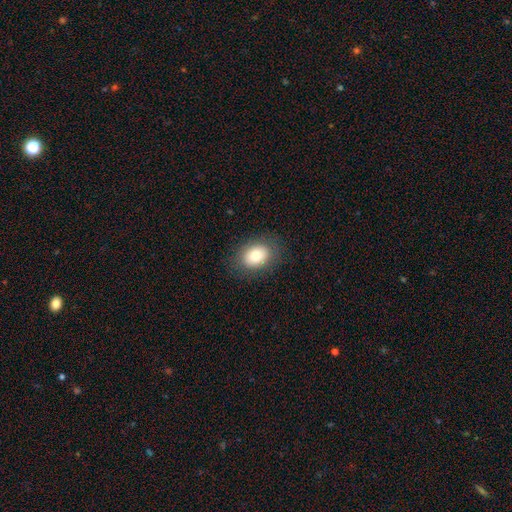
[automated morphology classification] Smooth or featured? Predicted: smooth (p=0.79). How rounded? Predicted: in between (p=0.73). Merging? Predicted: none (p=0.85).